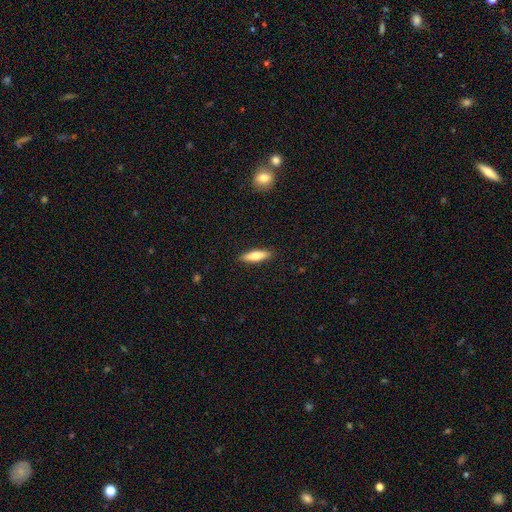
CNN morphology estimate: This appears to be a smooth galaxy with no disk features (71%) that is cigar-shaped (61%). Merging: none (90%).